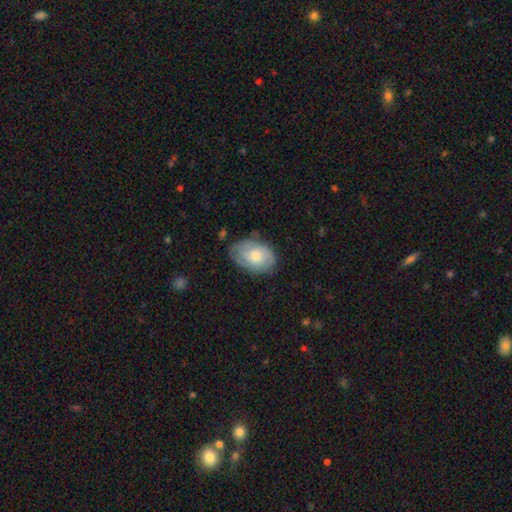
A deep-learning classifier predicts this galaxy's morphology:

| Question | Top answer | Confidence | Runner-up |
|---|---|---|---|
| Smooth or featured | smooth | 52% | featured or disk (41%) |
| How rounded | in between | 82% | round (17%) |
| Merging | none | 66% | minor disturbance (26%) |